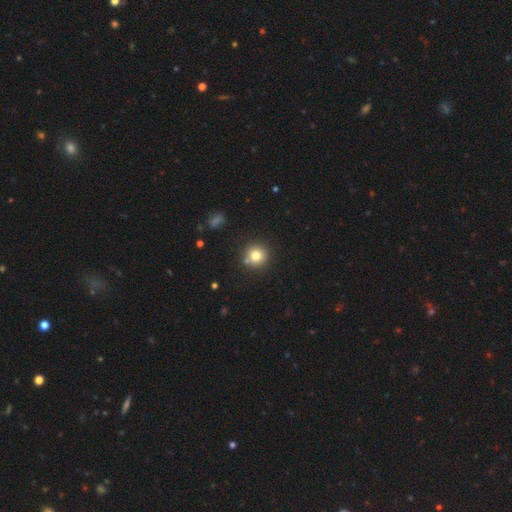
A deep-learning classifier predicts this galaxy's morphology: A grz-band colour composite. It shows a smooth galaxy with no disk features (78%) that is round (94%). Merging: none (83%).